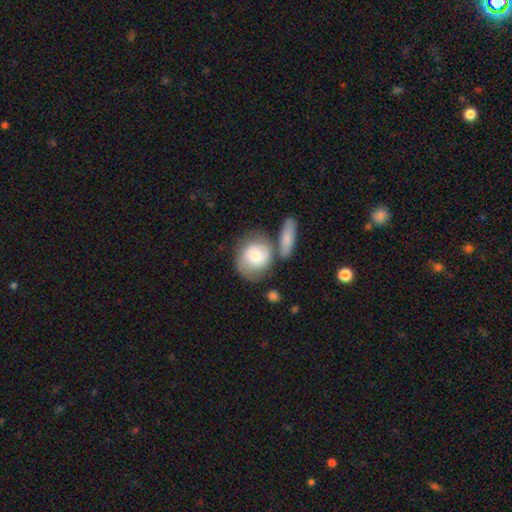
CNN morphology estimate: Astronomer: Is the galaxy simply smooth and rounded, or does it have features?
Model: smooth — 62%.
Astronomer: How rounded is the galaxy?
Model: round — 70%.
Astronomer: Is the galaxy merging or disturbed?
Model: none — 50% (runner-up: merger, 26%).